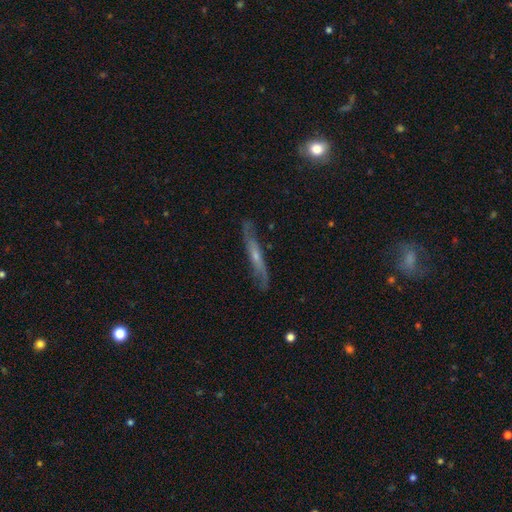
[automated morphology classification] The model was most divided on "edge-on disk": yes: 70%, no: 30%. More confident: merging — none (75%); smooth or featured — featured or disk (71%).